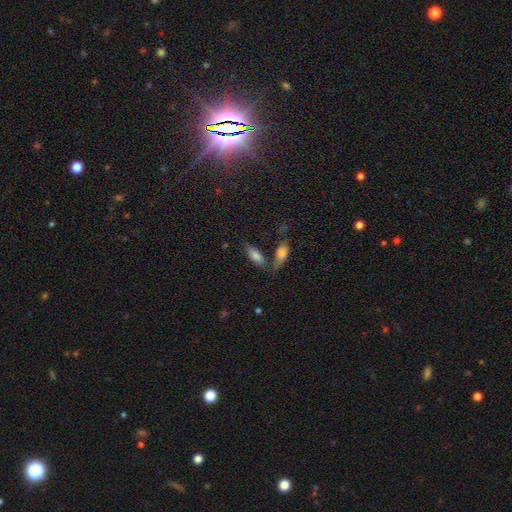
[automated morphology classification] Q: Smooth or featured?
A: smooth (78%); runner-up: featured or disk (14%)
Q: How rounded?
A: in between (71%); runner-up: cigar-shaped (26%)
Q: Merging?
A: none (56%); runner-up: merger (24%)